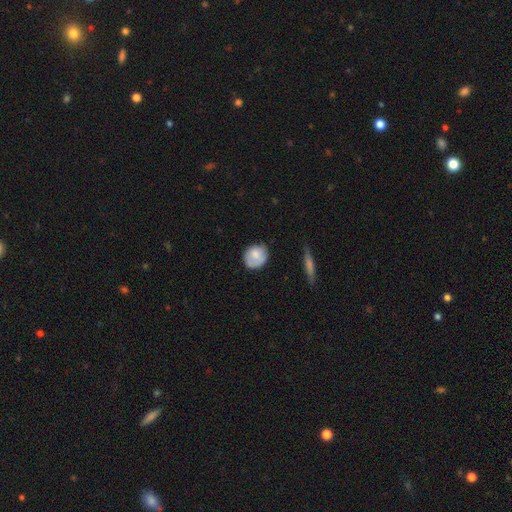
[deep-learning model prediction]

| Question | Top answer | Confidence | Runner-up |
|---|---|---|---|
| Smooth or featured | smooth | 75% | featured or disk (18%) |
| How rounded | round | 73% | in between (26%) |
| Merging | none | 67% | minor disturbance (24%) |